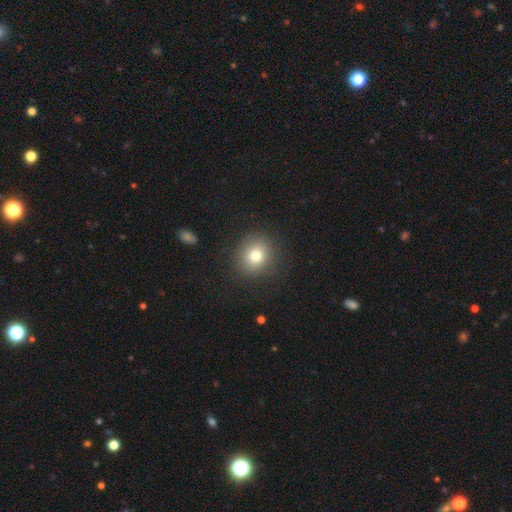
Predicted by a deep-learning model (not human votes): A smooth galaxy with no disk features (77%) that is round (87%).

Vote fractions:
- Smooth or featured? smooth: 77% / star or artifact: 12% / featured or disk: 10%
- How rounded? round: 87% / in between: 12% / cigar-shaped: 1%
- Merging? none: 87% / minor disturbance: 8% / major disturbance: 4% / merger: 1%